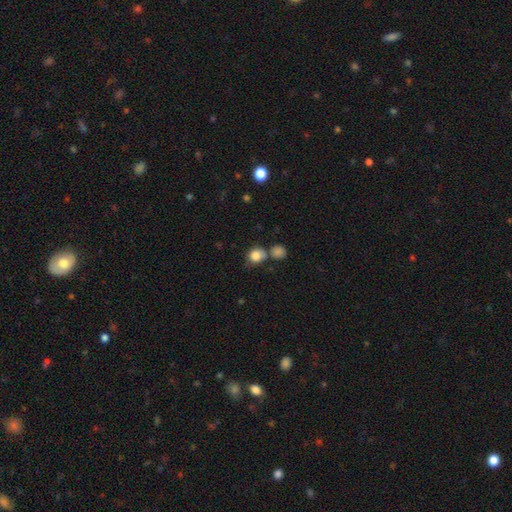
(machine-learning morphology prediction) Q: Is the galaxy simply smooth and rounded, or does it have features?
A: smooth — 83%.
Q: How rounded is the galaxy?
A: round — 79%.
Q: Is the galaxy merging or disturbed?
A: none — 55%.